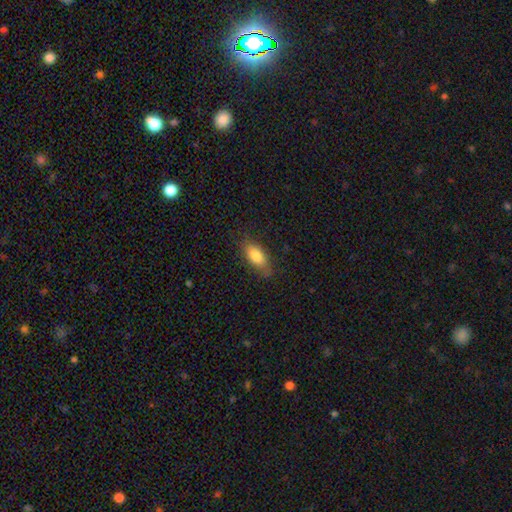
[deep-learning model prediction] Morphology: type=smooth (82%); roundness=in between (86%); merging=none (74%).